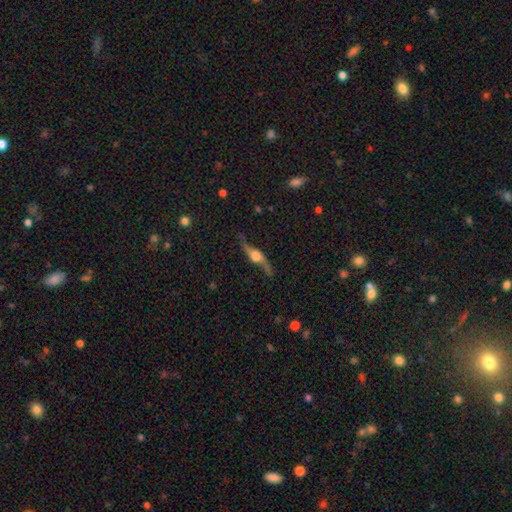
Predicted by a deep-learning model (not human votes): A featured or disk galaxy (80%) viewed edge-on (72%) with a rounded central bulge (92%). Merging: none (75%).